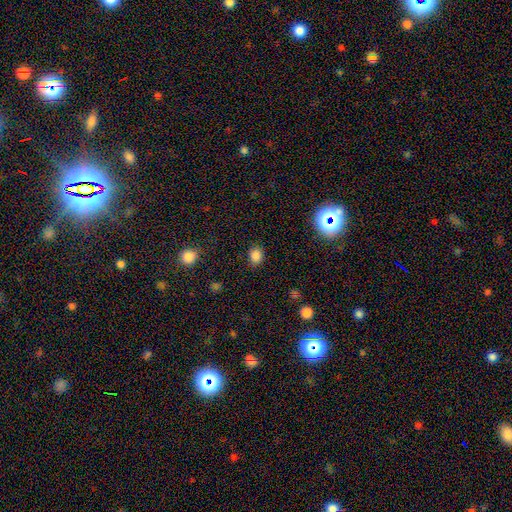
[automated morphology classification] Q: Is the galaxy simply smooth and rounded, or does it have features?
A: smooth — 82%.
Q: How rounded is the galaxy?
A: round — 59%.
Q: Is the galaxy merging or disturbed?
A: none — 85%.